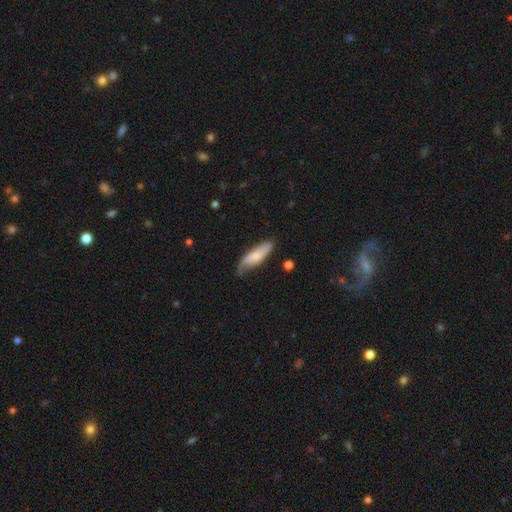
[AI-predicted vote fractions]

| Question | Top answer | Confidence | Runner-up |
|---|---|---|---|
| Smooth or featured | smooth | 64% | featured or disk (30%) |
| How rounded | cigar-shaped | 51% | in between (47%) |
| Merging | none | 63% | minor disturbance (29%) |